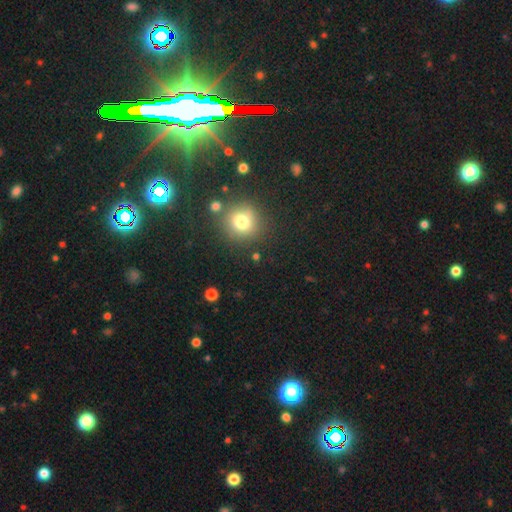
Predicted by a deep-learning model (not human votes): This is likely a smooth galaxy (61%). How rounded: clearly round (87%). Merging: clearly none (83%).